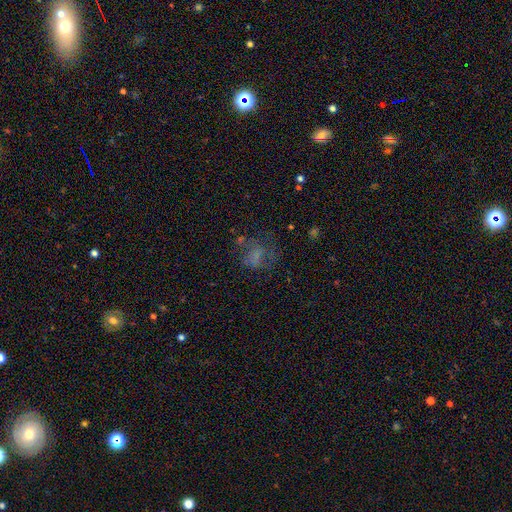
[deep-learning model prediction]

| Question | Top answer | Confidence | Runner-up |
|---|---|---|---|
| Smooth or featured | smooth | 48% | featured or disk (32%) |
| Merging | none | 44% | major disturbance (31%) |